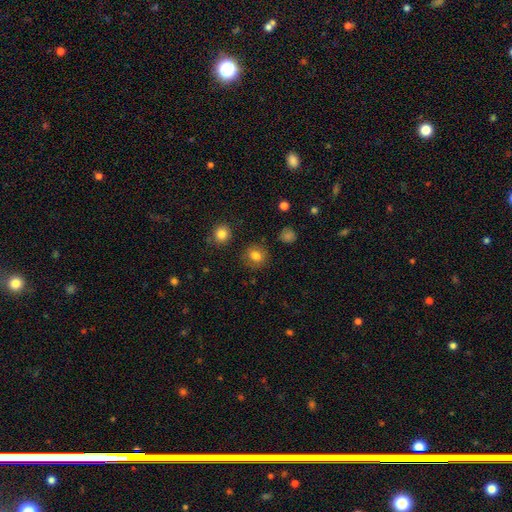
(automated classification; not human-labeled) The model was most divided on "smooth or featured": smooth: 80%, star or artifact: 11%, featured or disk: 8%. More confident: merging — none (86%); how rounded — round (85%).